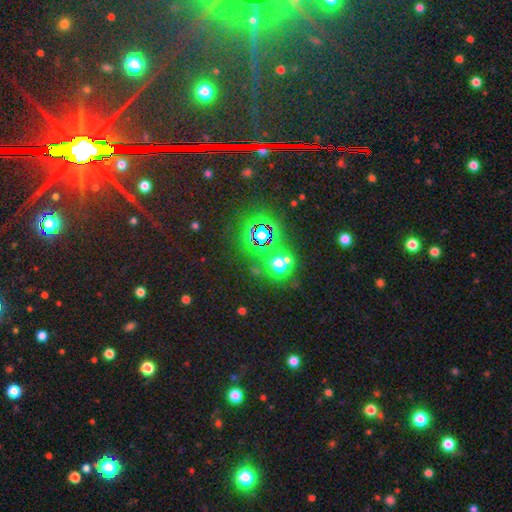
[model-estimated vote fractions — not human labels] smooth_or_featured: star or artifact (p=0.81) [alt: smooth p=0.10]